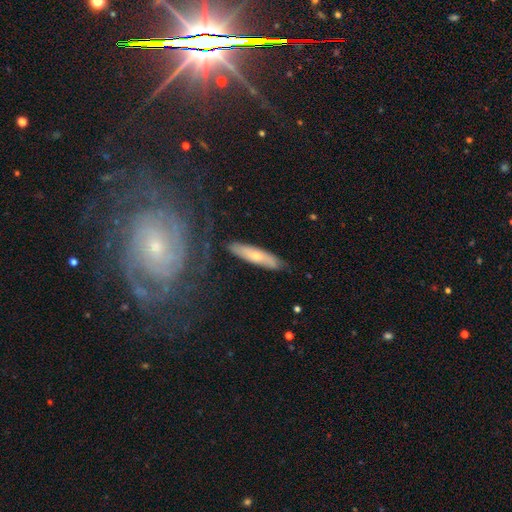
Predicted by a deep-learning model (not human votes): Smooth or featured? smooth (50%)
How rounded? cigar-shaped (78%)
Merging? none (81%)